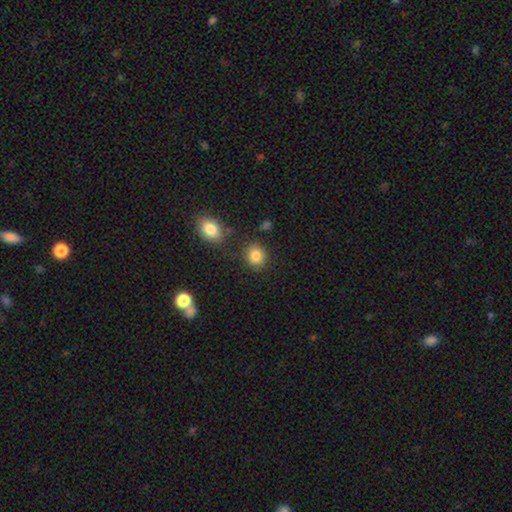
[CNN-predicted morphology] Smooth or featured?
  - smooth: 85% *
  - star or artifact: 10%
  - featured or disk: 5%
How rounded?
  - round: 74% *
  - in between: 25%
  - cigar-shaped: 1%
Merging?
  - none: 78% *
  - minor disturbance: 11%
  - merger: 7%
  - major disturbance: 4%